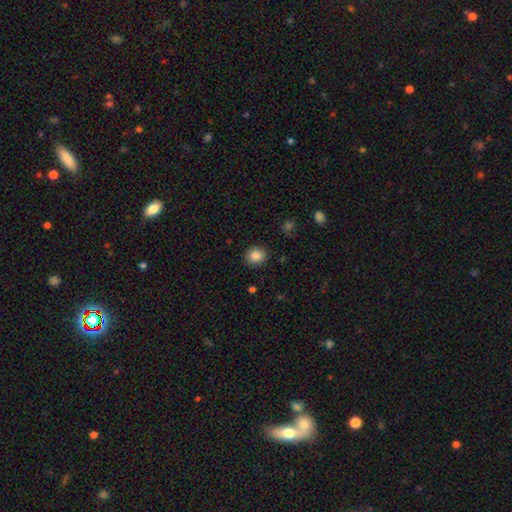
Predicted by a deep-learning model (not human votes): The model was most divided on "how rounded": round: 75%, in between: 24%, cigar-shaped: 1%. More confident: merging — none (90%); smooth or featured — smooth (86%).